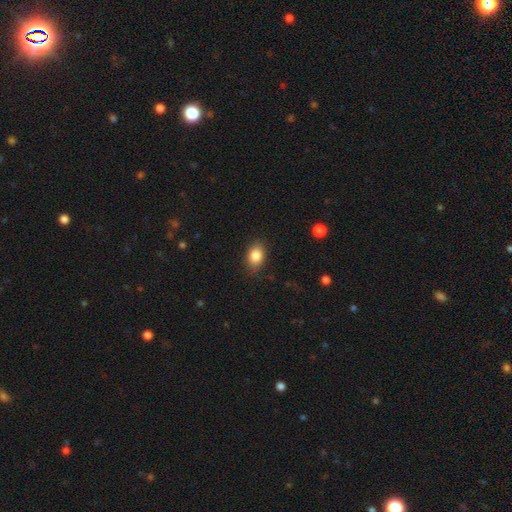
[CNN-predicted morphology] The model was most divided on "how rounded": in between: 79%, round: 19%, cigar-shaped: 2%. More confident: smooth or featured — smooth (85%); merging — none (83%).